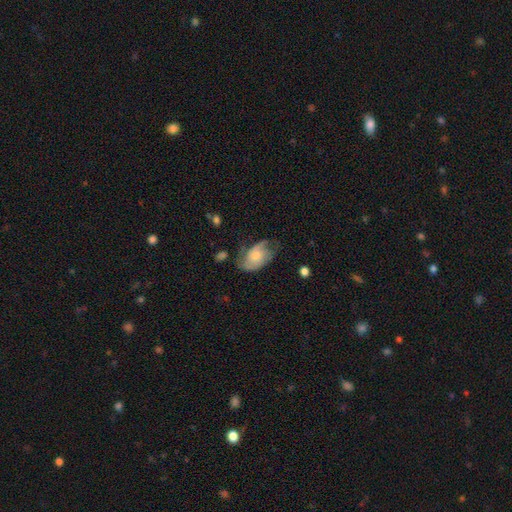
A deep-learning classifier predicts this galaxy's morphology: smooth_or_featured: featured or disk (p=0.55) [alt: smooth p=0.39]
disk_edge_on: no (p=0.96) [alt: yes p=0.04]
bar: no (p=0.74) [alt: weak p=0.22]
has_spiral_arms: yes (p=0.81) [alt: no p=0.19]
bulge_size: moderate (p=0.45) [alt: small p=0.36]
merging: none (p=0.45) [alt: minor disturbance p=0.31]